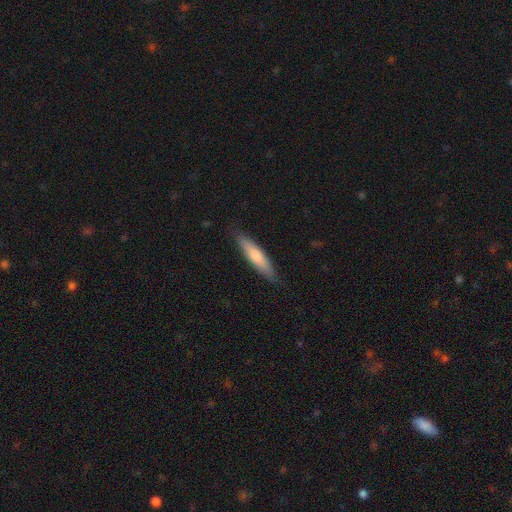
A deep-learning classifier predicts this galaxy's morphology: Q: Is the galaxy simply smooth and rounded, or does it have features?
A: smooth — 67%.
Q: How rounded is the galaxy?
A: cigar-shaped — 84%.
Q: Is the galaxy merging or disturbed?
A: none — 86%.